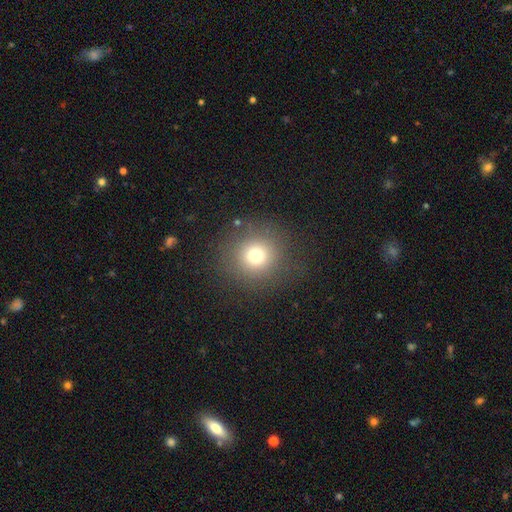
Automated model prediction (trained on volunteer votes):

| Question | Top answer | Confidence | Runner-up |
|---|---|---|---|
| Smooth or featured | smooth | 73% | star or artifact (17%) |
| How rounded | round | 93% | in between (6%) |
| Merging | none | 85% | minor disturbance (8%) |